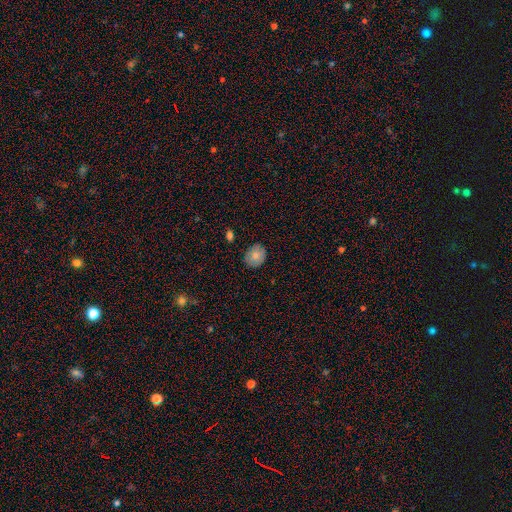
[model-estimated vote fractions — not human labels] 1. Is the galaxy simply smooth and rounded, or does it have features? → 79% smooth, 13% featured or disk, 8% star or artifact.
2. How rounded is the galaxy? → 68% round, 31% in between, 1% cigar-shaped.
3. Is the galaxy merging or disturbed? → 84% none, 12% minor disturbance, 2% major disturbance, 1% merger.